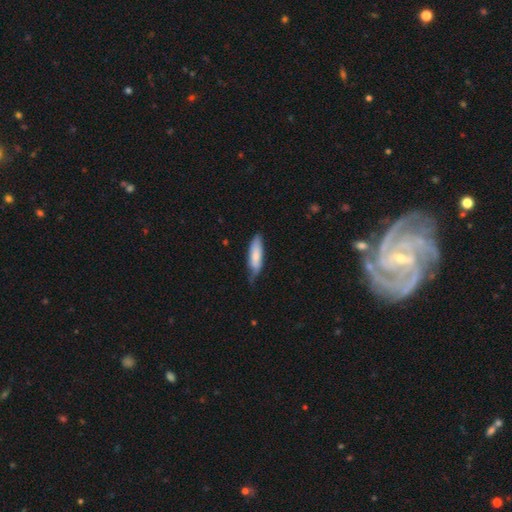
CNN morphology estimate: Q: Smooth or featured?
A: smooth (77%); runner-up: featured or disk (17%)
Q: How rounded?
A: cigar-shaped (55%); runner-up: in between (44%)
Q: Merging?
A: none (53%); runner-up: minor disturbance (38%)